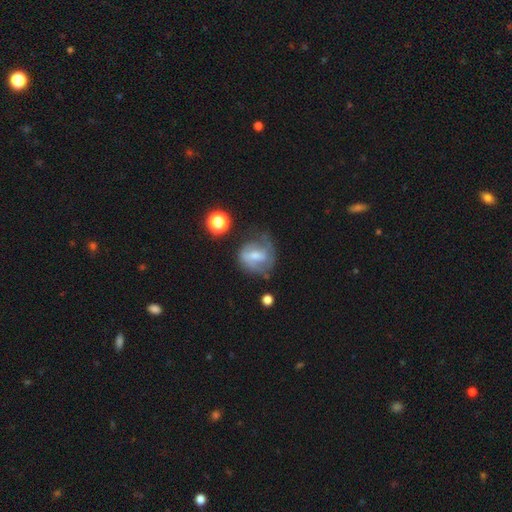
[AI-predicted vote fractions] smooth_or_featured: featured or disk (p=0.61) [alt: smooth p=0.28]
disk_edge_on: no (p=0.96) [alt: yes p=0.04]
bar: weak (p=0.49) [alt: strong p=0.26]
has_spiral_arms: yes (p=0.77) [alt: no p=0.23]
bulge_size: moderate (p=0.45) [alt: small p=0.42]
merging: none (p=0.57) [alt: minor disturbance p=0.24]